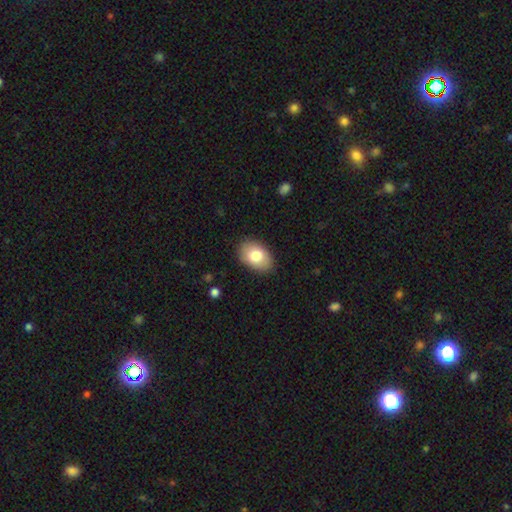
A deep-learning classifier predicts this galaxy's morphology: smooth-or-featured: smooth: 81% | featured or disk: 13% | star or artifact: 6%
  how-rounded: in between: 89% | round: 10% | cigar-shaped: 1%
  merging: none: 86% | minor disturbance: 10% | major disturbance: 2% | merger: 1%